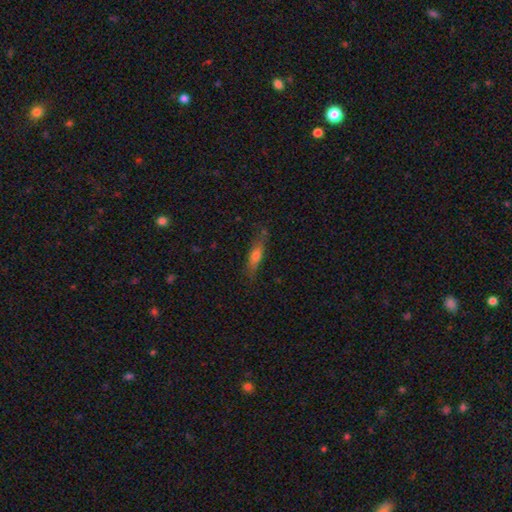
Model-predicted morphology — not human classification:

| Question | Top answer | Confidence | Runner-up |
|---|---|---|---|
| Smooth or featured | smooth | 63% | featured or disk (29%) |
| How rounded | cigar-shaped | 66% | in between (31%) |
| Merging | none | 73% | minor disturbance (19%) |